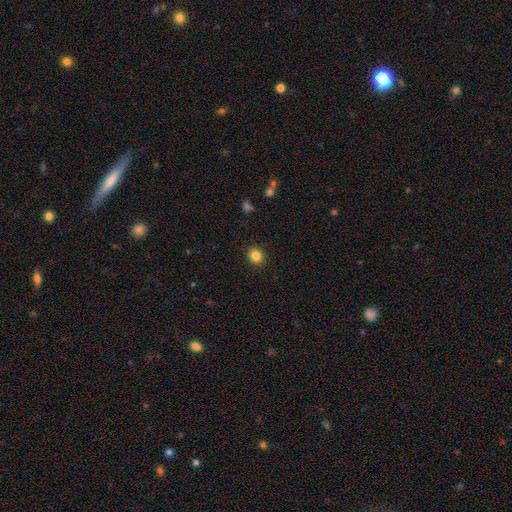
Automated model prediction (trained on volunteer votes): smooth 84%, star or artifact 11%, featured or disk 5%. Down the decision tree: how rounded — round (79%); merging — none (91%).